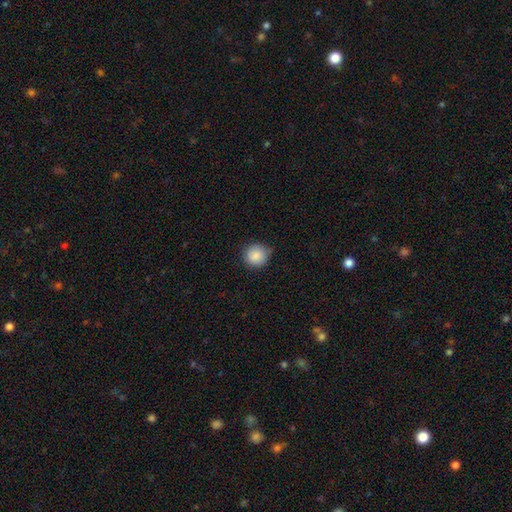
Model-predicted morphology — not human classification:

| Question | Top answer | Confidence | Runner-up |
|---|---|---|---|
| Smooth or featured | smooth | 88% | star or artifact (8%) |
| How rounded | round | 94% | in between (5%) |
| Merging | none | 79% | minor disturbance (17%) |